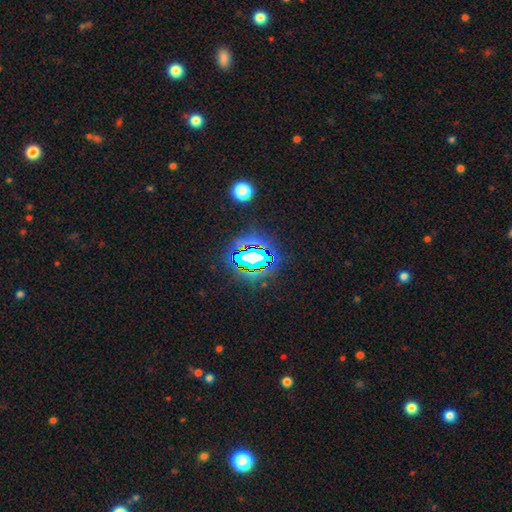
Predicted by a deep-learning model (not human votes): Smooth or featured?
  - star or artifact: 75% *
  - smooth: 15%
  - featured or disk: 11%